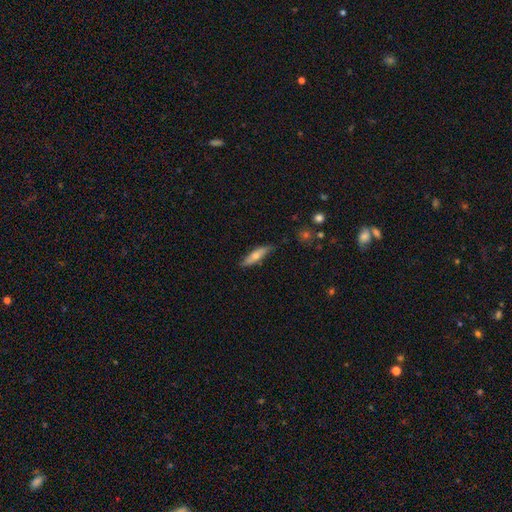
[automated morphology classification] Q: Smooth or featured?
A: smooth (61%); runner-up: featured or disk (33%)
Q: How rounded?
A: cigar-shaped (68%); runner-up: in between (30%)
Q: Merging?
A: none (77%); runner-up: minor disturbance (19%)